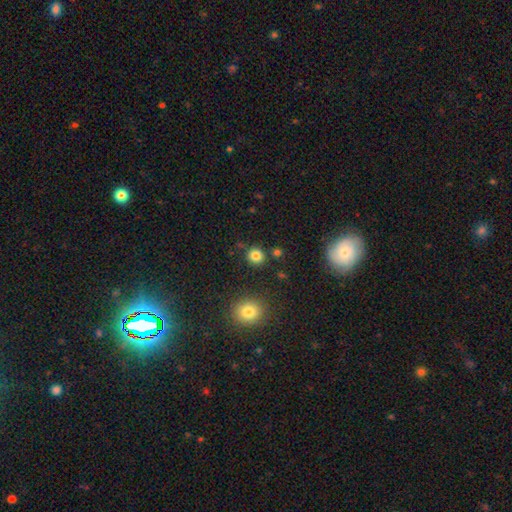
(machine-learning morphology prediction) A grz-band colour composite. It shows a smooth galaxy with no disk features (83%) that is round (89%). Merging: none (86%).